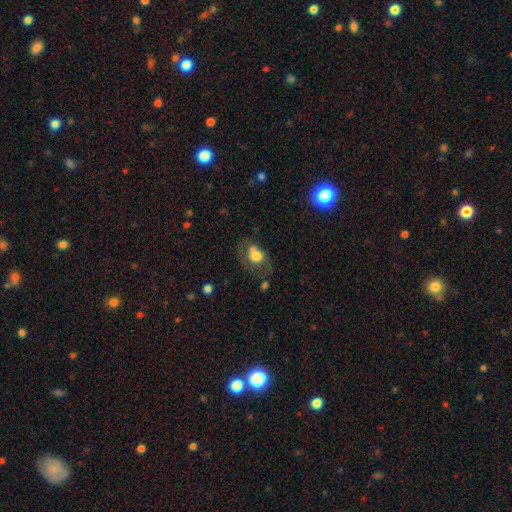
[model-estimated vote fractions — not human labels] This is likely a smooth galaxy (63%). How rounded: possibly in between (60%). Merging: marginally merger (34%).